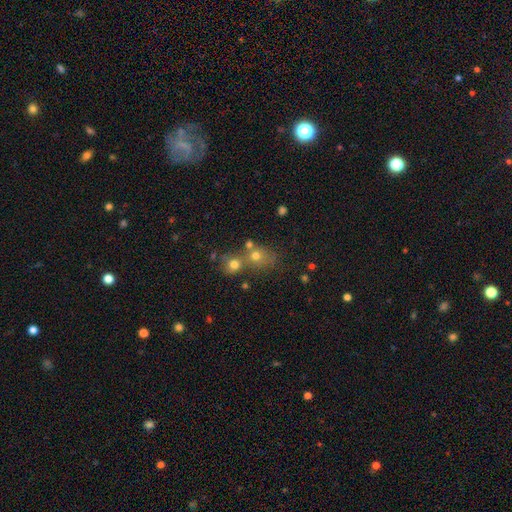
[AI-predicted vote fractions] Overall: smooth (66%). How rounded: round (69%). Merging: merger (50%; none 36%).